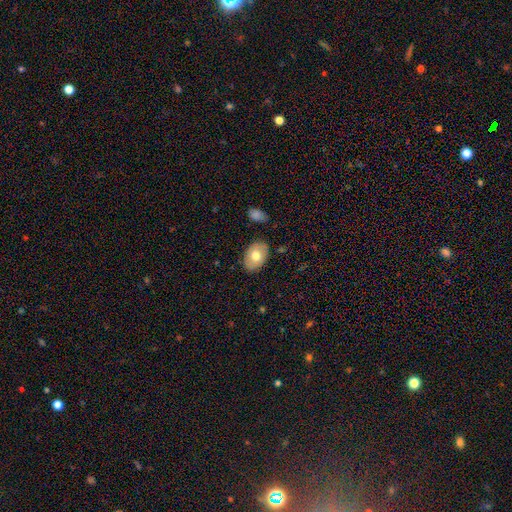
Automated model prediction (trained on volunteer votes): A smooth galaxy with no disk features (69%) that is in between round and cigar-shaped (84%).

Vote fractions:
- Smooth or featured? smooth: 69% / featured or disk: 25% / star or artifact: 6%
- How rounded? in between: 84% / round: 15% / cigar-shaped: 1%
- Merging? none: 84% / minor disturbance: 12% / major disturbance: 3% / merger: 2%